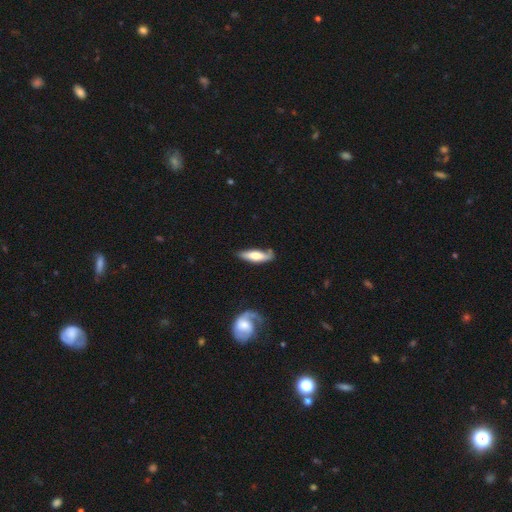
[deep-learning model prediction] Smooth or featured?
  - smooth: 56% *
  - featured or disk: 38%
  - star or artifact: 5%
How rounded?
  - cigar-shaped: 58% *
  - in between: 40%
  - round: 2%
Merging?
  - none: 66% *
  - minor disturbance: 24%
  - major disturbance: 6%
  - merger: 4%